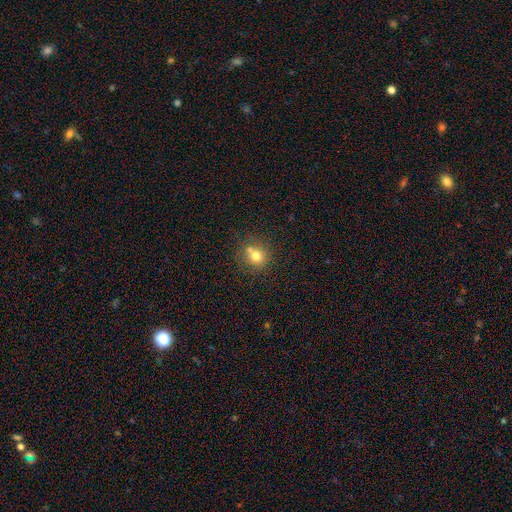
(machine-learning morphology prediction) Q: Smooth or featured?
A: smooth (73%); runner-up: star or artifact (14%)
Q: How rounded?
A: round (83%); runner-up: in between (16%)
Q: Merging?
A: none (59%); runner-up: merger (26%)